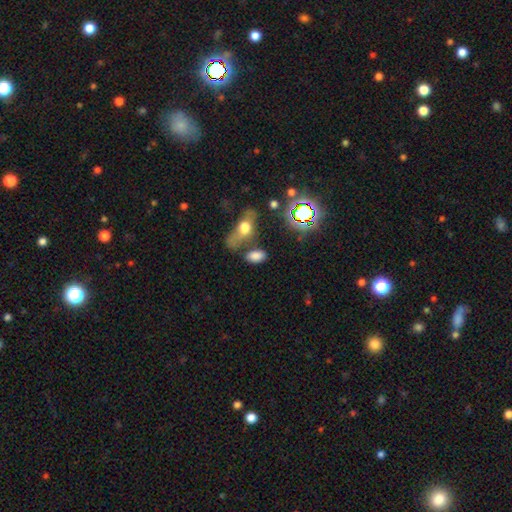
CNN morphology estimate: Q: Smooth or featured?
A: smooth (73%); runner-up: star or artifact (16%)
Q: How rounded?
A: in between (87%); runner-up: round (9%)
Q: Merging?
A: none (64%); runner-up: merger (15%)